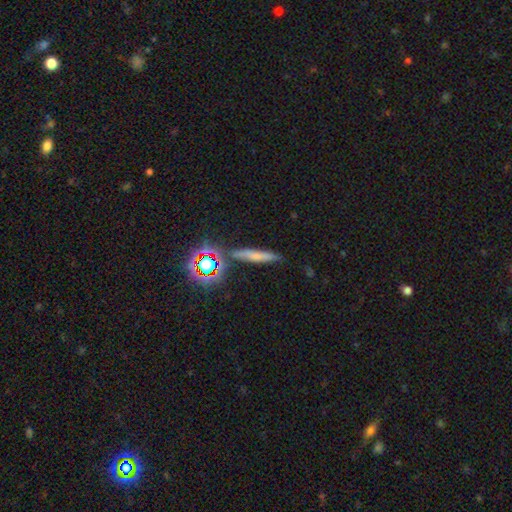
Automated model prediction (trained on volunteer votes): A smooth galaxy with no disk features (58%) that is cigar-shaped (83%). Merging: none (79%).